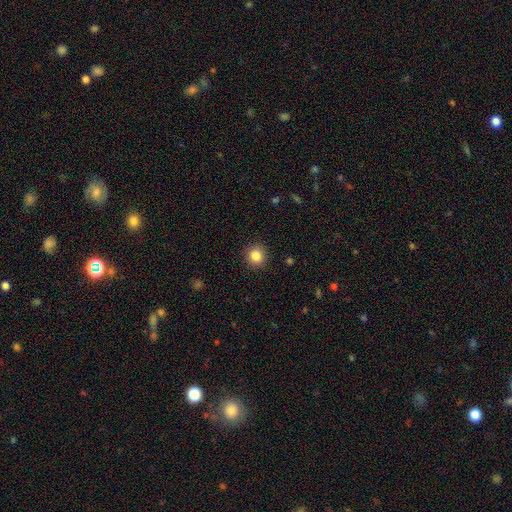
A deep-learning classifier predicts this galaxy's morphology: smooth_or_featured: smooth (p=0.85) [alt: star or artifact p=0.10]
how_rounded: round (p=0.88) [alt: in between p=0.11]
merging: none (p=0.91) [alt: minor disturbance p=0.06]